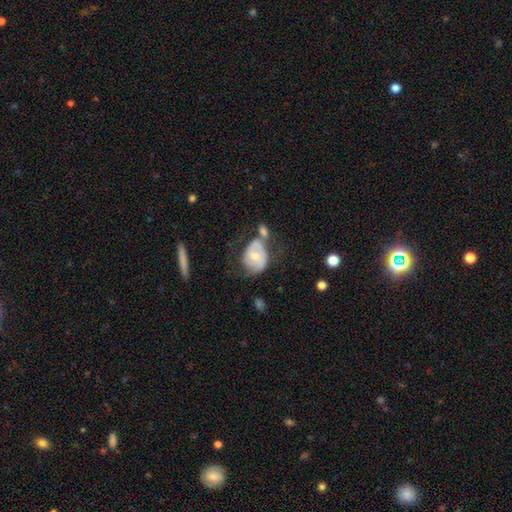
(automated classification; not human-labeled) A featured or disk galaxy (54%) with no bar (70%), spiral arms (55%) and a moderate central bulge (60%). Merging: merger (30%).